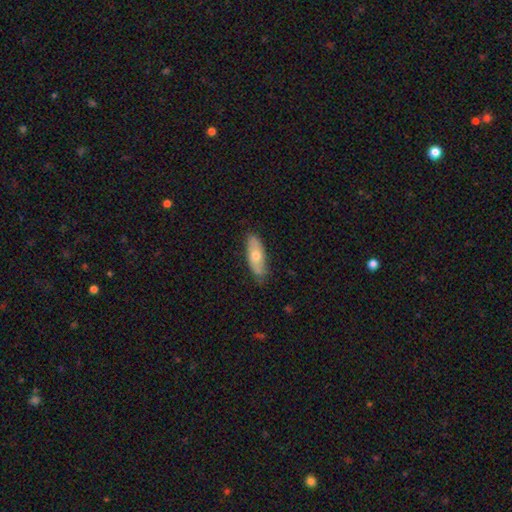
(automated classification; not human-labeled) The model was most divided on "smooth or featured": smooth: 62%, featured or disk: 32%, star or artifact: 6%. More confident: merging — none (79%); how rounded — in between (66%).